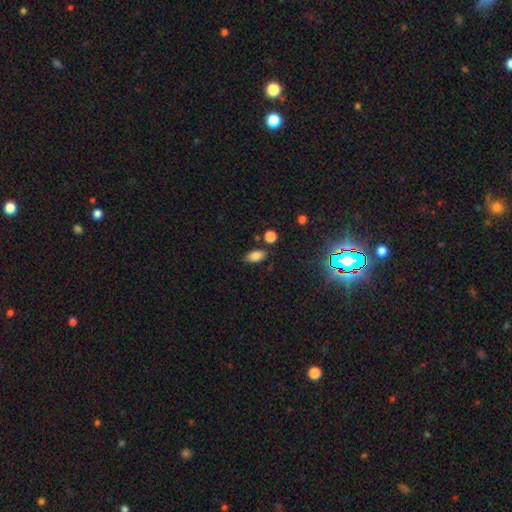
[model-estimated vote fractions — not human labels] This appears to be a smooth galaxy with no disk features (82%) that is in between round and cigar-shaped (89%). Merging: none (80%).